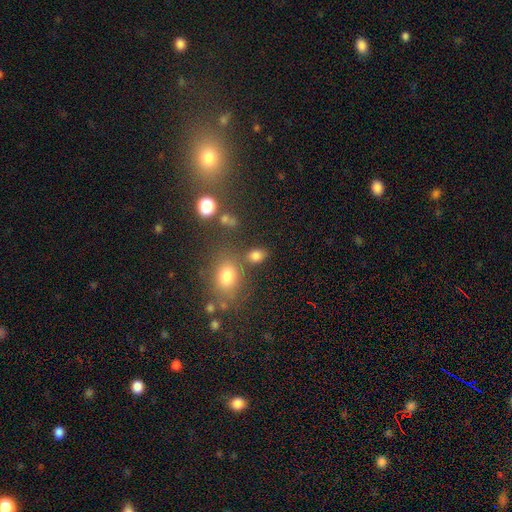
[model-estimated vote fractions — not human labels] Q: Smooth or featured?
A: smooth (78%); runner-up: star or artifact (14%)
Q: How rounded?
A: in between (70%); runner-up: round (28%)
Q: Merging?
A: none (69%); runner-up: merger (13%)